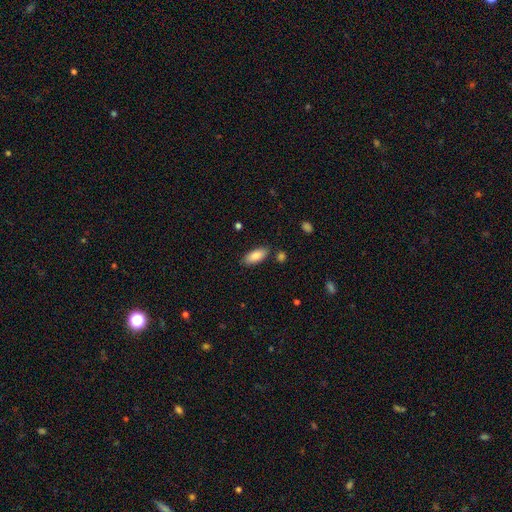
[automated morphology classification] This is clearly a smooth galaxy (86%). How rounded: clearly in between (85%). Merging: clearly none (83%).